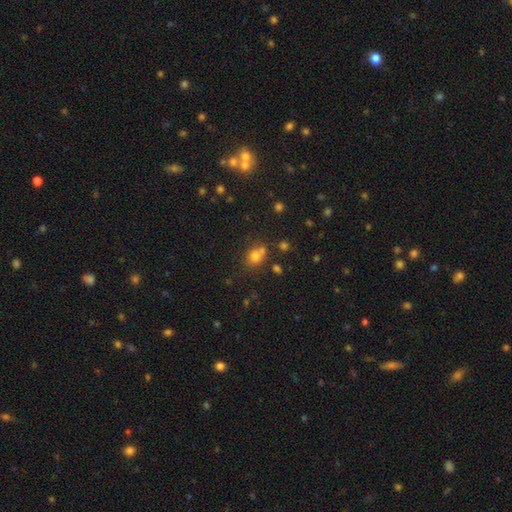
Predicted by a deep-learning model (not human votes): Smooth or featured? smooth (72%)
How rounded? round (64%)
Merging? none (51%)